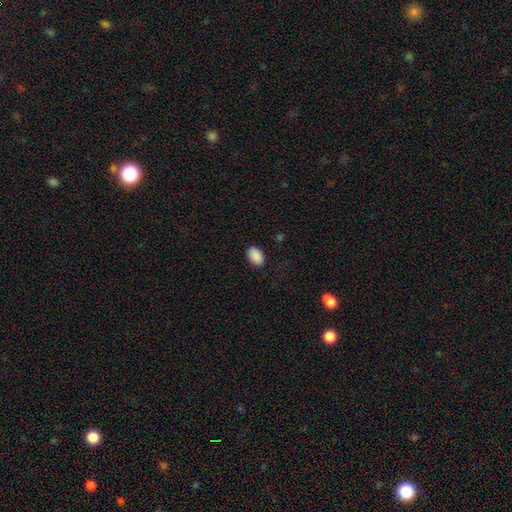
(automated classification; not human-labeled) Morphology: type=smooth (90%); roundness=in between (87%); merging=none (88%).